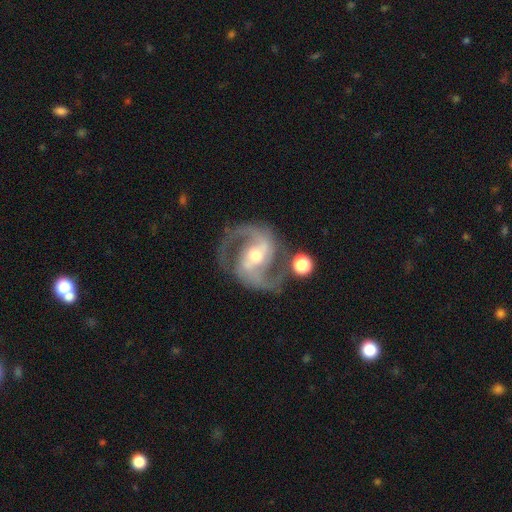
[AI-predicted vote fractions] Q: Smooth or featured?
A: featured or disk (92%); runner-up: star or artifact (4%)
Q: Edge-on disk?
A: no (98%); runner-up: yes (2%)
Q: Bar?
A: strong (42%); runner-up: weak (38%)
Q: Spiral arms?
A: yes (98%); runner-up: no (2%)
Q: Spiral winding?
A: medium (66%); runner-up: tight (18%)
Q: Spiral arm count?
A: 2 (94%); runner-up: 3 (2%)
Q: Bulge size?
A: moderate (65%); runner-up: small (28%)
Q: Merging?
A: none (77%); runner-up: minor disturbance (13%)